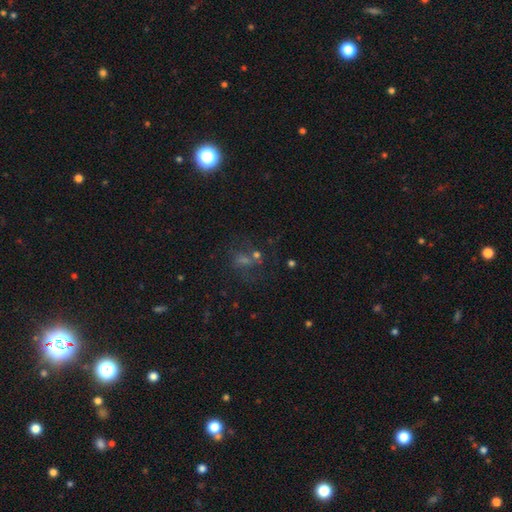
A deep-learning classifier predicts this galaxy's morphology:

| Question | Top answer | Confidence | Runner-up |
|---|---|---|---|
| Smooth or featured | star or artifact | 38% | smooth (36%) |